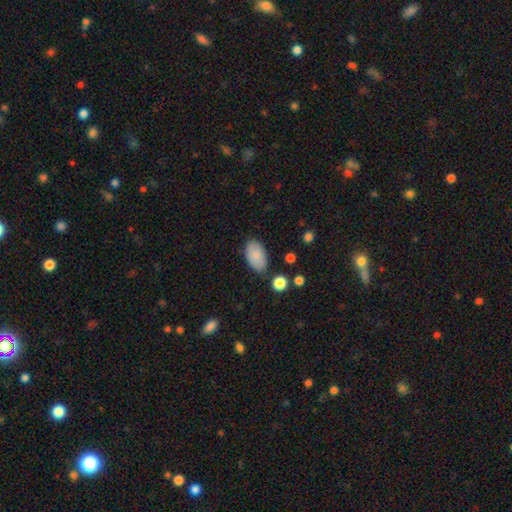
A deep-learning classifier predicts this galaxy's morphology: Smooth or featured? smooth (86%)
How rounded? in between (94%)
Merging? none (79%)